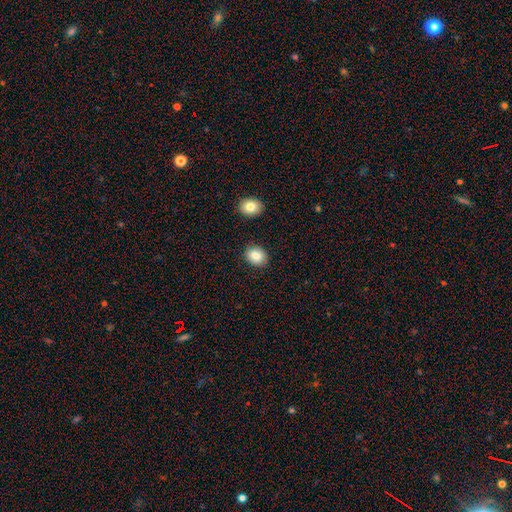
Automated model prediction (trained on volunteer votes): Overall: smooth (85%). How rounded: round (54%; in between 45%). Merging: none (85%).